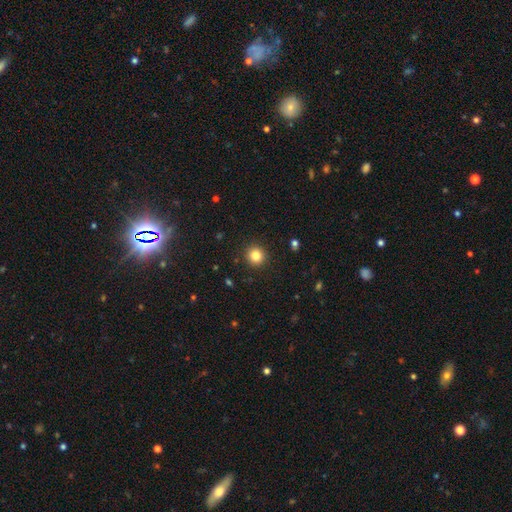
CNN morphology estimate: Overall: smooth (83%). How rounded: round (94%). Merging: none (92%).